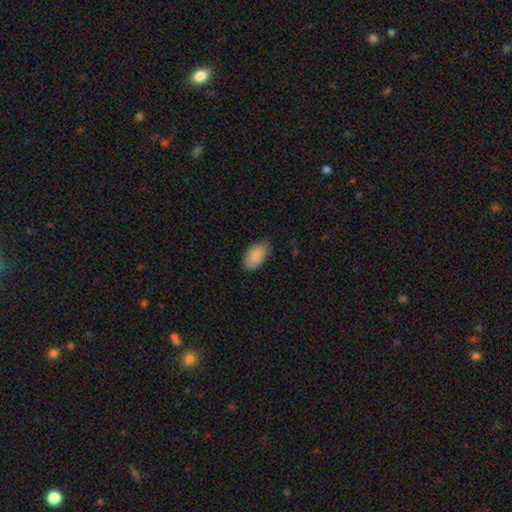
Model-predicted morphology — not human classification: Smooth or featured?
  - smooth: 89% *
  - star or artifact: 7%
  - featured or disk: 4%
How rounded?
  - in between: 94% *
  - round: 5%
  - cigar-shaped: 2%
Merging?
  - none: 72% *
  - minor disturbance: 23%
  - major disturbance: 4%
  - merger: 1%